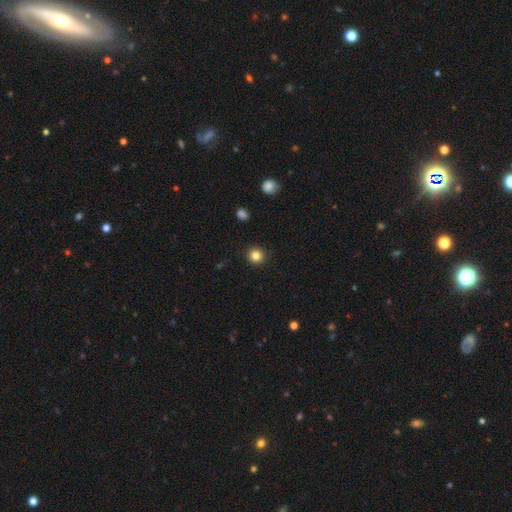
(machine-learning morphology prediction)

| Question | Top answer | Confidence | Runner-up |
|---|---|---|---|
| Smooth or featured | smooth | 84% | star or artifact (12%) |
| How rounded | round | 94% | in between (6%) |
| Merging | none | 92% | minor disturbance (5%) |